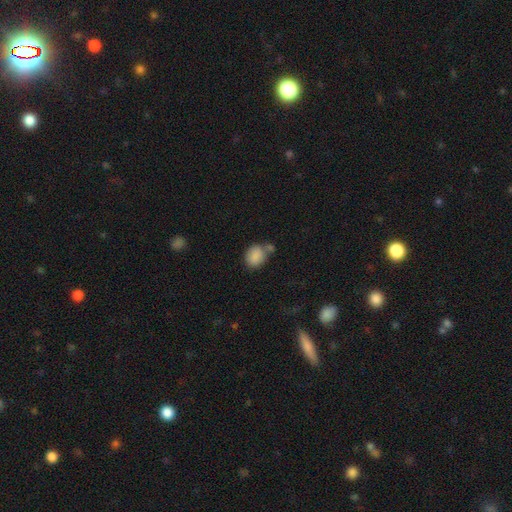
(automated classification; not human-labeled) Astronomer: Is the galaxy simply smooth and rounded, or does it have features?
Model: smooth — 85%.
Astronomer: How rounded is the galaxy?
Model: in between — 54% (runner-up: round, 44%).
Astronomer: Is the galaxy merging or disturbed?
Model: none — 49% (runner-up: merger, 26%).